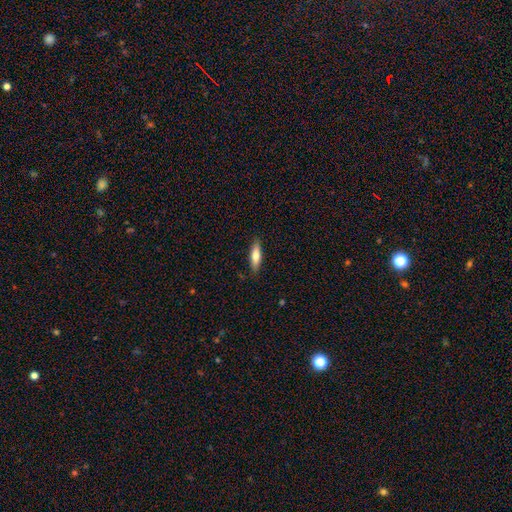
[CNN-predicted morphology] This is likely a smooth galaxy (73%). How rounded: possibly cigar-shaped (56%). Merging: clearly none (88%).